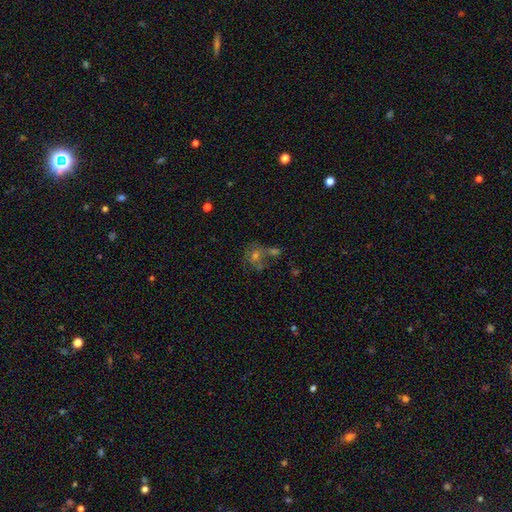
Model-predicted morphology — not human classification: The model was most divided on "smooth or featured": featured or disk: 38%, smooth: 35%, star or artifact: 27%. Remaining: merging — none (46%).